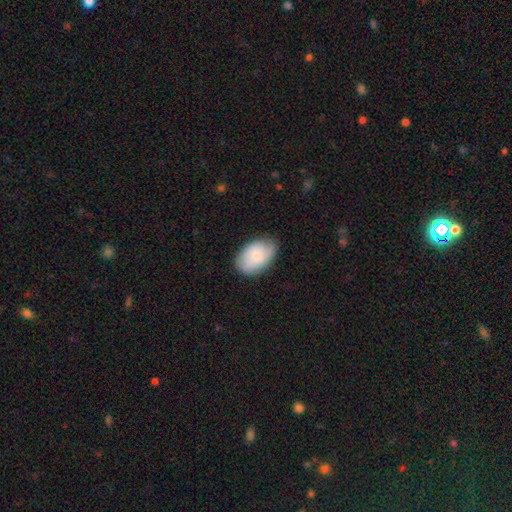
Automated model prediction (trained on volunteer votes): A smooth galaxy with no disk features (64%) that is in between round and cigar-shaped (88%).

Vote fractions:
- Smooth or featured? smooth: 64% / featured or disk: 29% / star or artifact: 7%
- How rounded? in between: 88% / round: 11% / cigar-shaped: 1%
- Merging? none: 75% / minor disturbance: 19% / major disturbance: 5% / merger: 1%